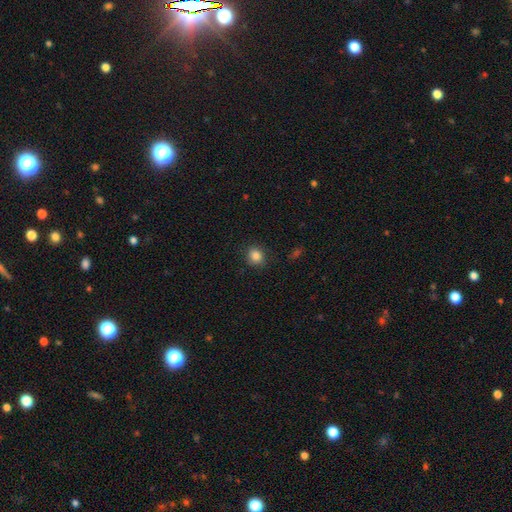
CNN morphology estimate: Smooth or featured?
  - smooth: 85% *
  - star or artifact: 10%
  - featured or disk: 5%
How rounded?
  - round: 77% *
  - in between: 22%
  - cigar-shaped: 1%
Merging?
  - none: 85% *
  - minor disturbance: 11%
  - major disturbance: 3%
  - merger: 1%